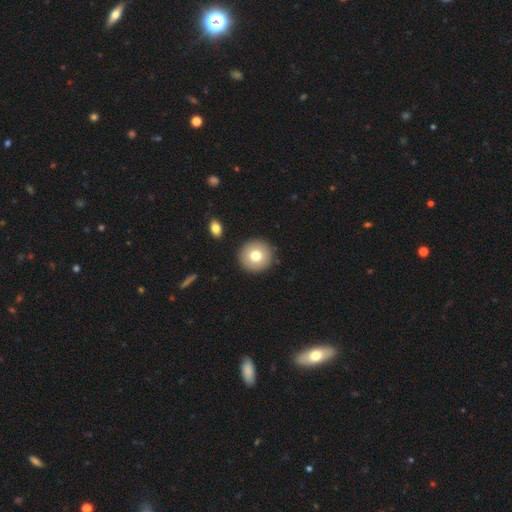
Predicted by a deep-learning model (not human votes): Morphology: type=smooth (75%); roundness=round (95%); merging=none (90%).